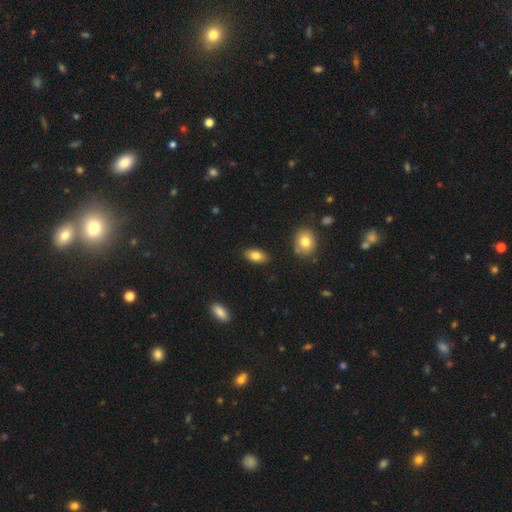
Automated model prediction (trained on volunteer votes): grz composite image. It shows a smooth galaxy with no disk features (82%) that is in between round and cigar-shaped (91%). Merging: none (87%).